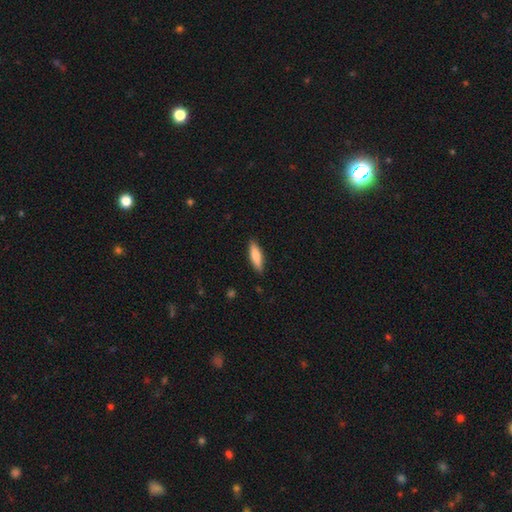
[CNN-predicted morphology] Q: Smooth or featured?
A: smooth (81%); runner-up: featured or disk (13%)
Q: How rounded?
A: cigar-shaped (58%); runner-up: in between (41%)
Q: Merging?
A: none (87%); runner-up: minor disturbance (10%)